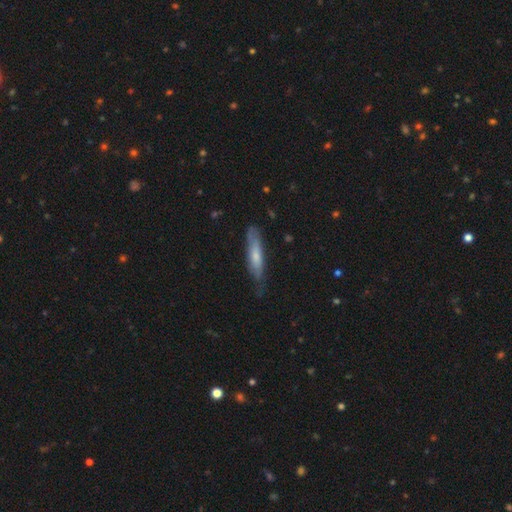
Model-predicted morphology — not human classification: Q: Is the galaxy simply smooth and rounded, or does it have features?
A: smooth — 59%.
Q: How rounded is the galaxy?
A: cigar-shaped — 81%.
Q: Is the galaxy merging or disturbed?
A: none — 64%.